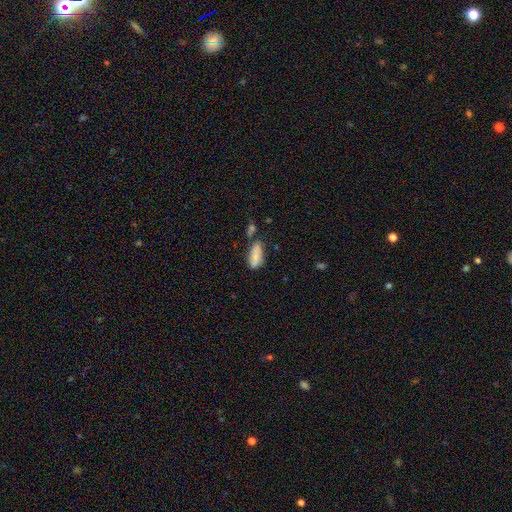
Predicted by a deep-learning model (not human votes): smooth 73%, featured or disk 19%, star or artifact 8%. Down the decision tree: how rounded — in between (86%); merging — none (48%).